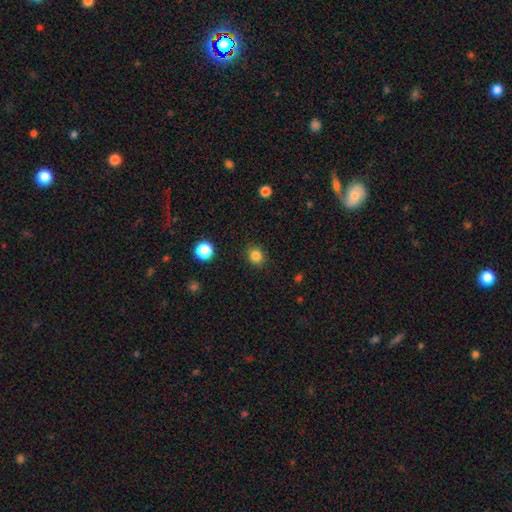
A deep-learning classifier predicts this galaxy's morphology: This is clearly a smooth galaxy (84%). How rounded: likely round (79%). Merging: clearly none (89%).